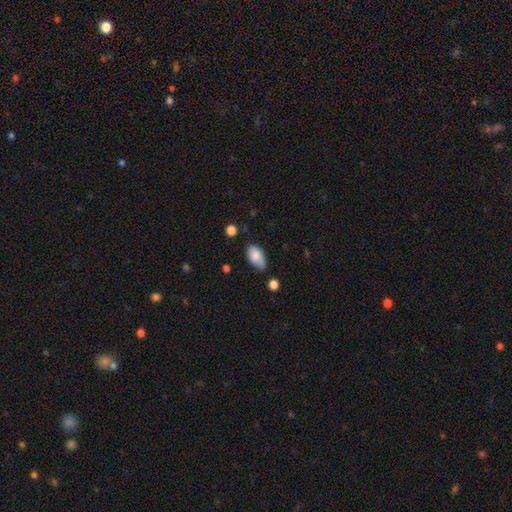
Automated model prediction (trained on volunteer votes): smooth-or-featured: smooth: 82% | featured or disk: 11% | star or artifact: 7%
  how-rounded: in between: 93% | round: 5% | cigar-shaped: 2%
  merging: none: 51% | minor disturbance: 37% | major disturbance: 8% | merger: 4%